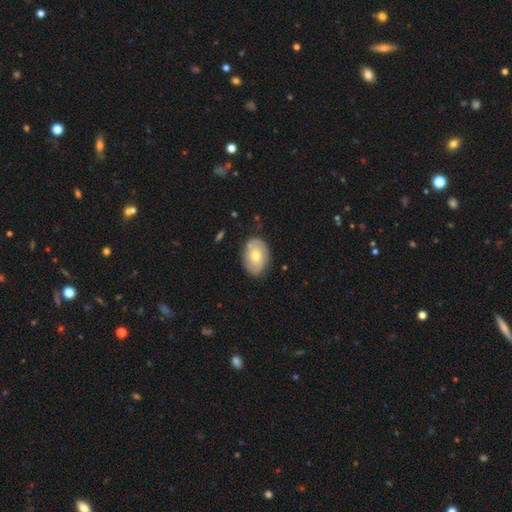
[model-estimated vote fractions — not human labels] smooth-or-featured: smooth: 49% | featured or disk: 44% | star or artifact: 7%
  merging: none: 81% | minor disturbance: 15% | major disturbance: 3% | merger: 1%